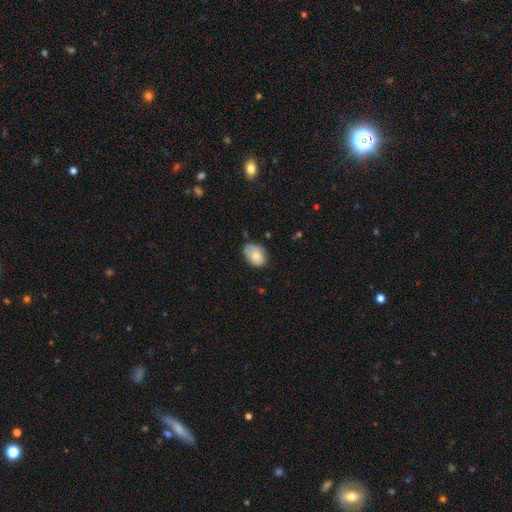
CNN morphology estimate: Smooth or featured? smooth (77%)
How rounded? in between (77%)
Merging? none (54%)